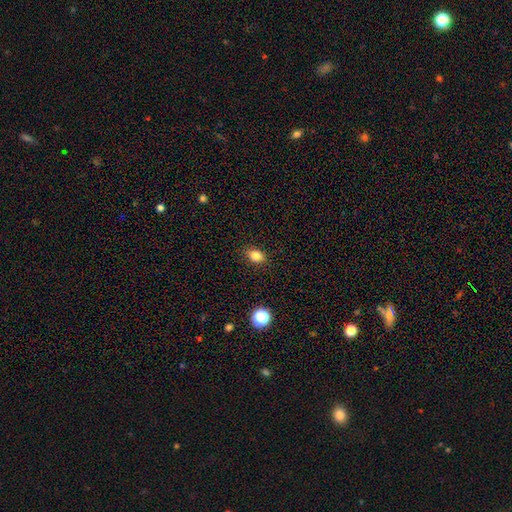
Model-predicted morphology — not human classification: Smooth or featured? smooth (83%)
How rounded? in between (73%)
Merging? none (88%)